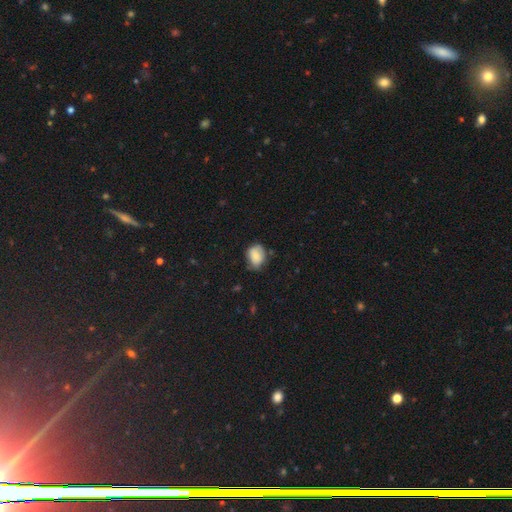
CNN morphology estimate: This appears to be a smooth galaxy with no disk features (81%) that is in between round and cigar-shaped (61%). Merging: none (58%).